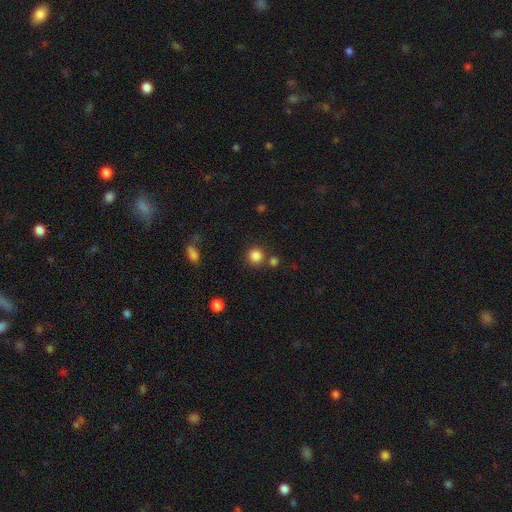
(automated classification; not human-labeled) Morphology: type=smooth (84%); roundness=round (91%); merging=none (76%).